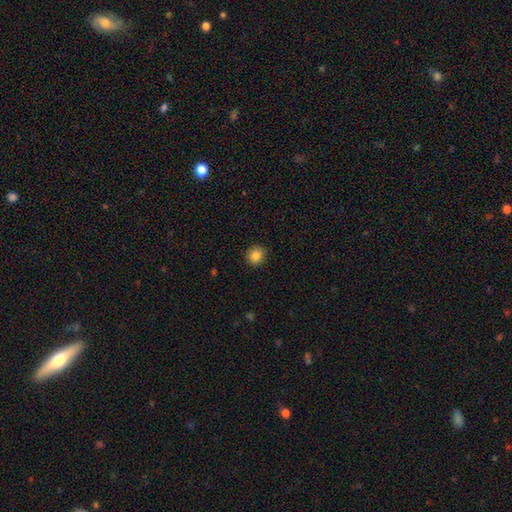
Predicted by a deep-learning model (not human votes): This appears to be a smooth galaxy with no disk features (84%) that is round (90%). Merging: none (91%).